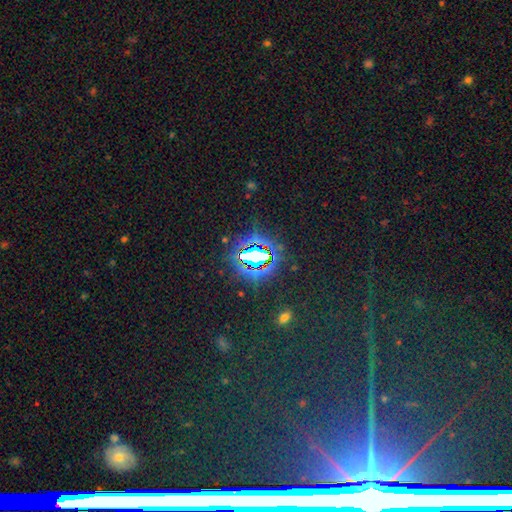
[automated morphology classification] Smooth or featured?
  - star or artifact: 77% *
  - smooth: 14%
  - featured or disk: 10%